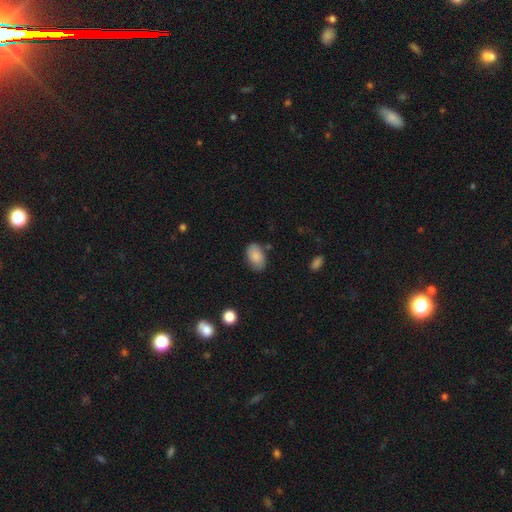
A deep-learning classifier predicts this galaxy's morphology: smooth 84%, featured or disk 9%, star or artifact 7%. Down the decision tree: how rounded — in between (91%); merging — none (78%).